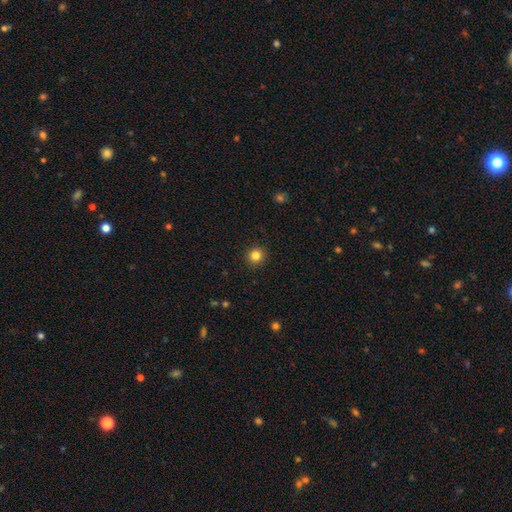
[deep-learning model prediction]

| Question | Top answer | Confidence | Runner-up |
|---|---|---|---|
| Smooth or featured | smooth | 83% | star or artifact (12%) |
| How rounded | round | 94% | in between (5%) |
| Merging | none | 92% | minor disturbance (5%) |